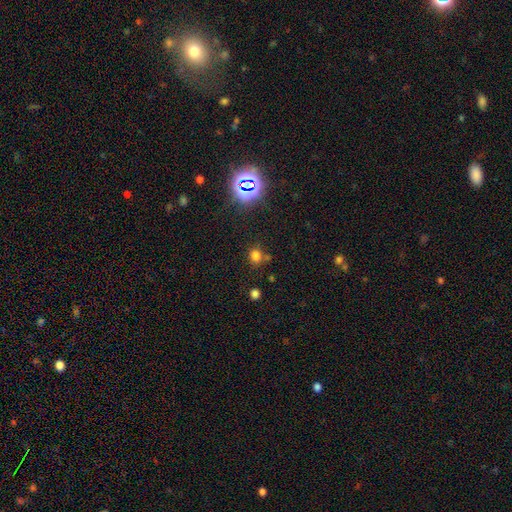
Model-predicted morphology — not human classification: type=smooth (70%); roundness=round (78%); merging=none (69%).